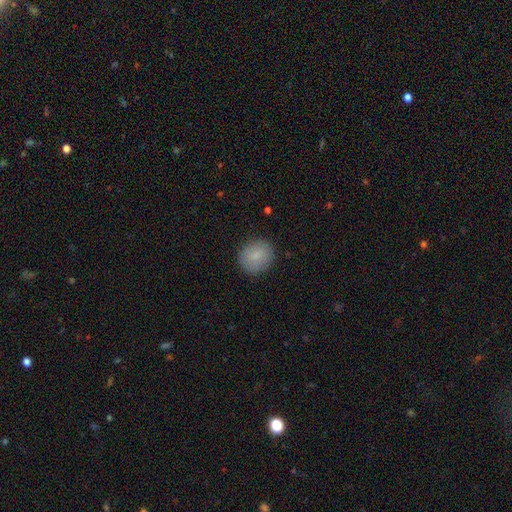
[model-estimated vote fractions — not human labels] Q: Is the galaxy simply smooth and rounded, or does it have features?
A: smooth — 85%.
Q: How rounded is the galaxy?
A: round — 75%.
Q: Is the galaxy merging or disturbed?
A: none — 87%.